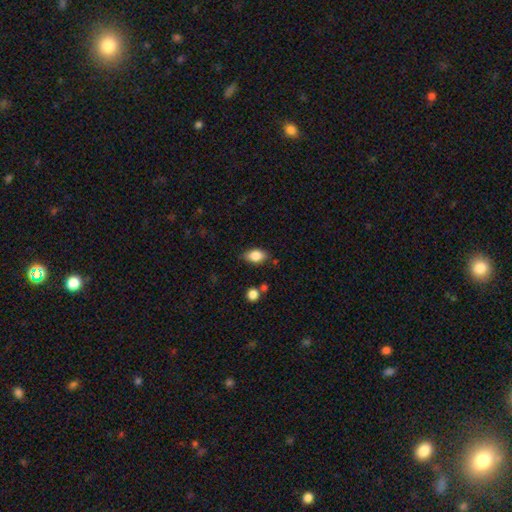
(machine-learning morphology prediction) Smooth or featured: smooth — 82% (featured or disk — 10%)
How rounded: in between — 85% (round — 12%)
Merging: none — 77% (minor disturbance — 17%)